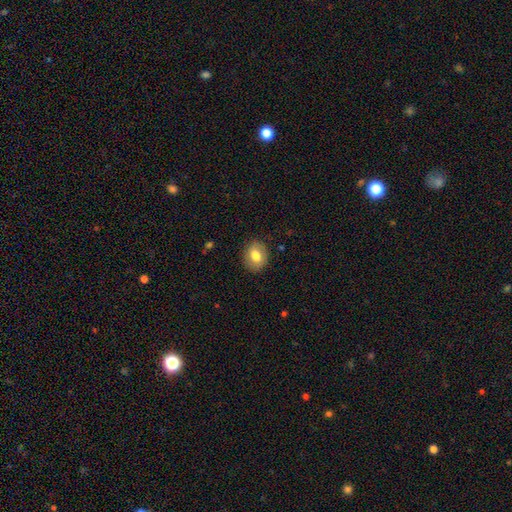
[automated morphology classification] smooth 77%, featured or disk 15%, star or artifact 8%. Down the decision tree: how rounded — in between (50%); merging — none (87%).